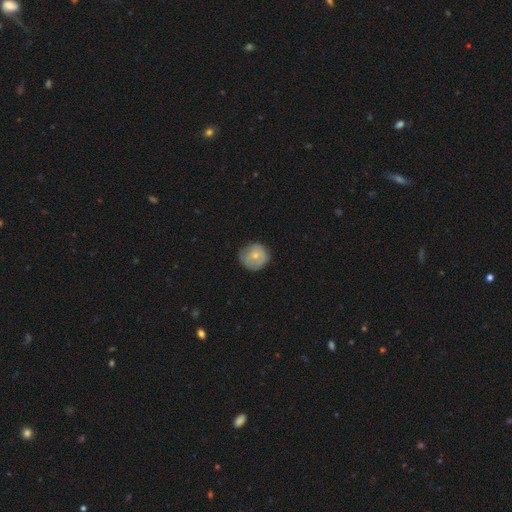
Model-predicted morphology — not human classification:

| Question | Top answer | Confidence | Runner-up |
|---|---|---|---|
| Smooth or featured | smooth | 66% | featured or disk (27%) |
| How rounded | round | 89% | in between (10%) |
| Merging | none | 70% | minor disturbance (23%) |